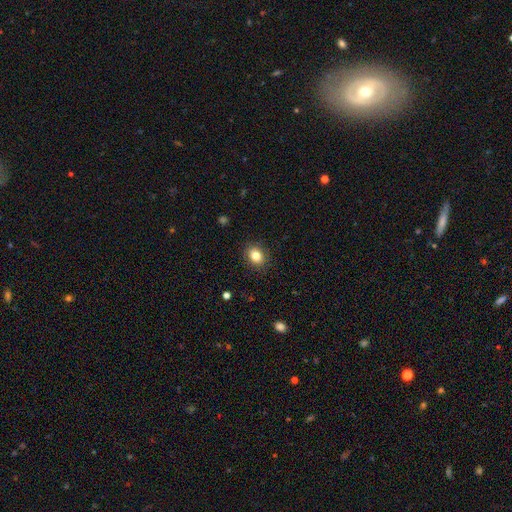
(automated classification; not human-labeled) A smooth galaxy with no disk features (83%) that is in between round and cigar-shaped (50%).

Vote fractions:
- Smooth or featured? smooth: 83% / star or artifact: 10% / featured or disk: 7%
- How rounded? in between: 50% / round: 49% / cigar-shaped: 1%
- Merging? none: 89% / minor disturbance: 8% / major disturbance: 2% / merger: 1%